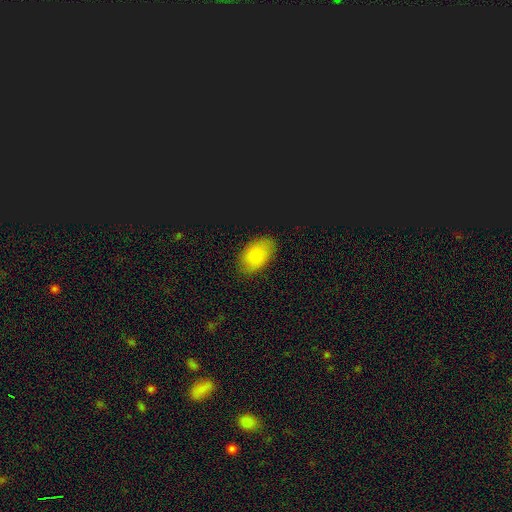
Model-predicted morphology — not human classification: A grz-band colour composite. It shows a smooth galaxy with no disk features (78%) that is in between round and cigar-shaped (91%). Merging: none (84%).